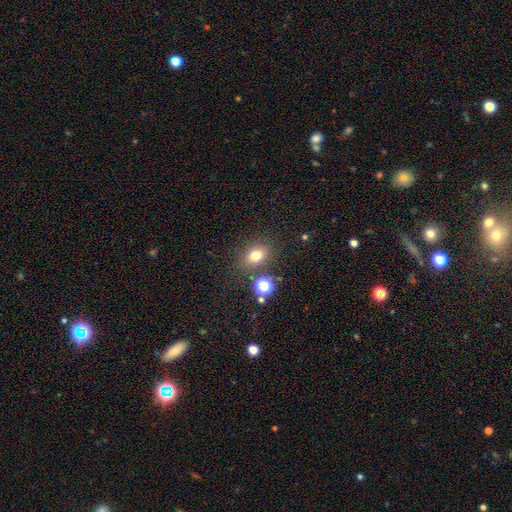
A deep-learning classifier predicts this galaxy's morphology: type=smooth (74%); roundness=in between (55%); merging=none (76%).